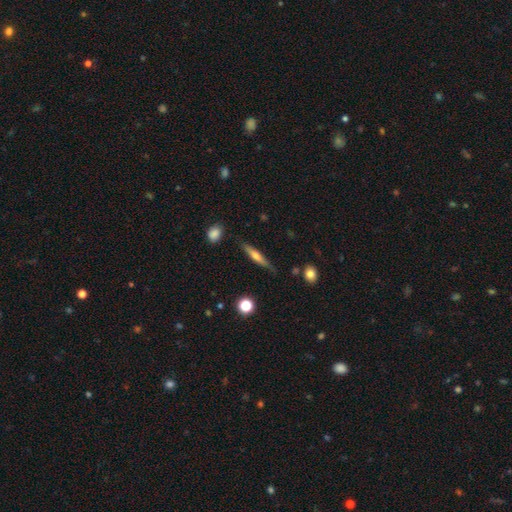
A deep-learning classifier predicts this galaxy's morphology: smooth-or-featured: smooth: 47% | featured or disk: 46% | star or artifact: 7%
  merging: none: 79% | minor disturbance: 16% | major disturbance: 3% | merger: 2%